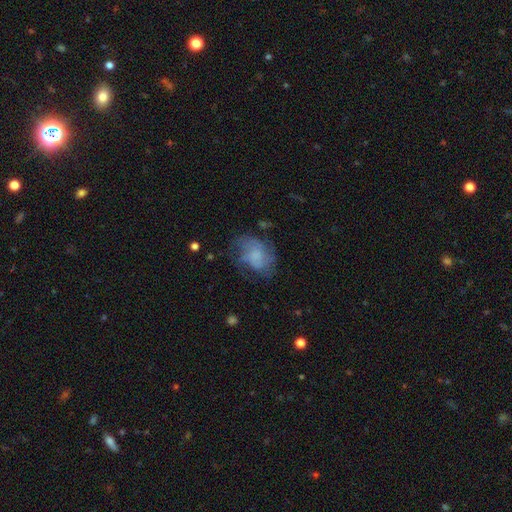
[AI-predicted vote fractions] smooth 52%, featured or disk 38%, star or artifact 10%. Down the decision tree: how rounded — in between (73%); merging — none (48%).